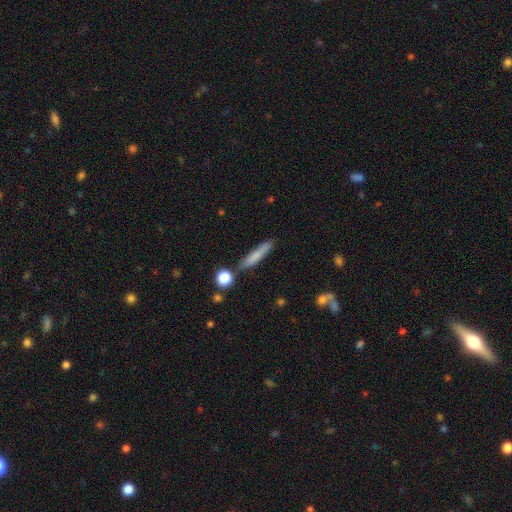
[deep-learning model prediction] Overall: smooth (73%). How rounded: cigar-shaped (88%). Merging: none (77%).